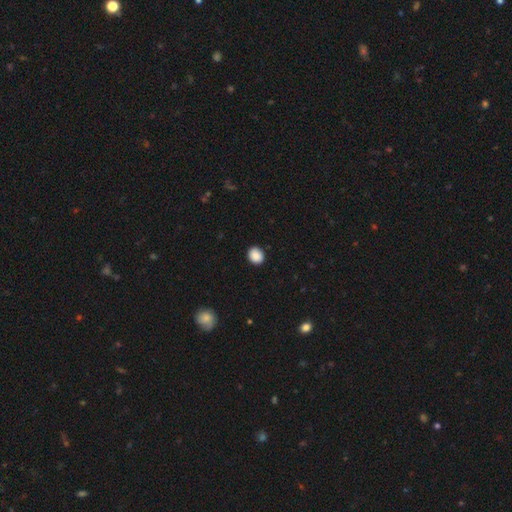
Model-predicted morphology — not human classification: This appears to be a smooth galaxy with no disk features (89%) that is round (67%). Merging: none (90%).